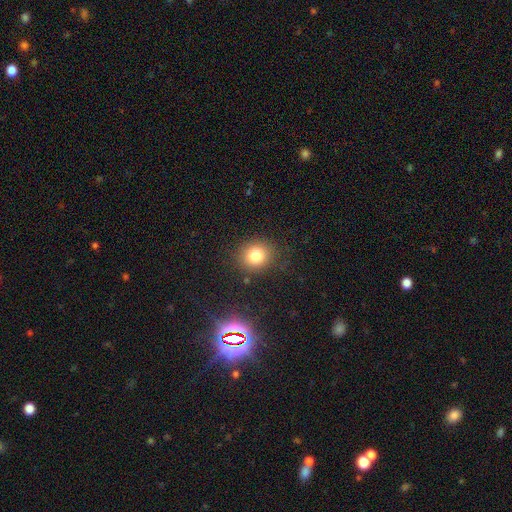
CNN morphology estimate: Smooth or featured? Predicted: smooth (p=0.79). How rounded? Predicted: round (p=0.81). Merging? Predicted: none (p=0.84).